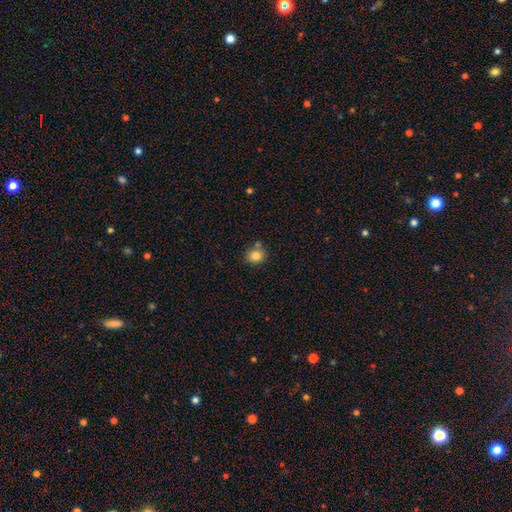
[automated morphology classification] smooth 83%, star or artifact 10%, featured or disk 7%. Down the decision tree: how rounded — round (70%); merging — none (71%).